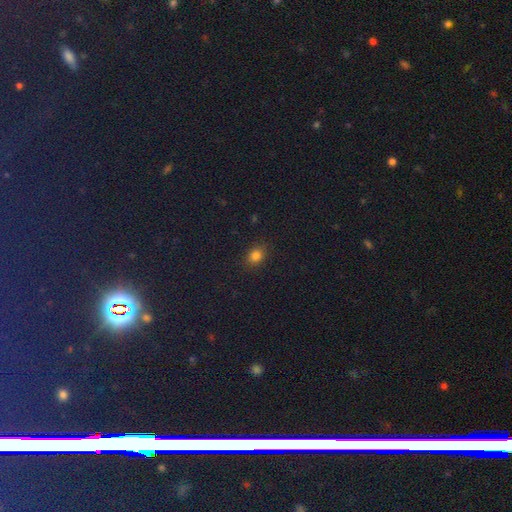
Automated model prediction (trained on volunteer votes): smooth 80%, star or artifact 15%, featured or disk 5%. Down the decision tree: how rounded — round (55%); merging — none (86%).